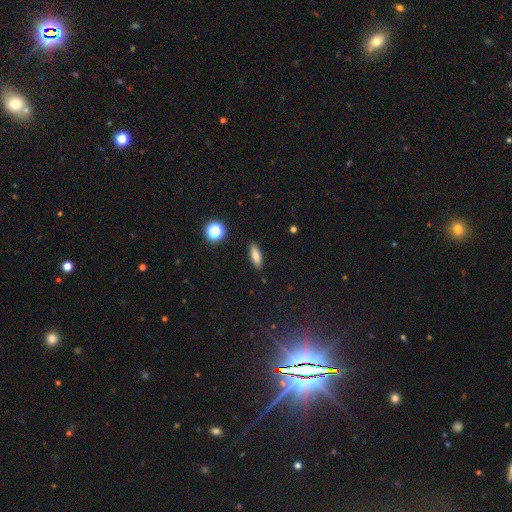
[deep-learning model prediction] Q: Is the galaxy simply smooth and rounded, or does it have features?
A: smooth — 81%.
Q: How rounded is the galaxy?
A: in between — 52%.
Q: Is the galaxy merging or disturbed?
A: none — 88%.